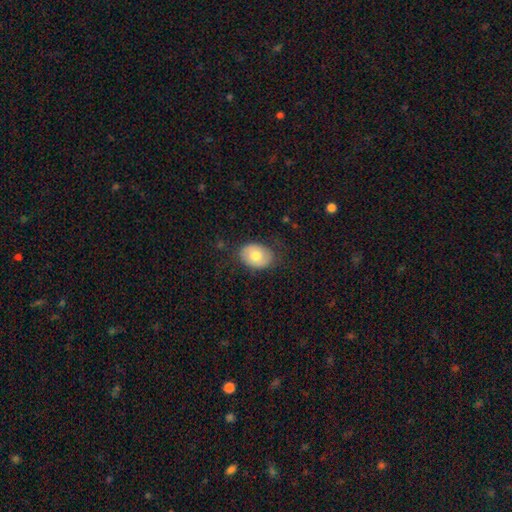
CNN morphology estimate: Smooth or featured? smooth (68%)
How rounded? in between (73%)
Merging? none (76%)